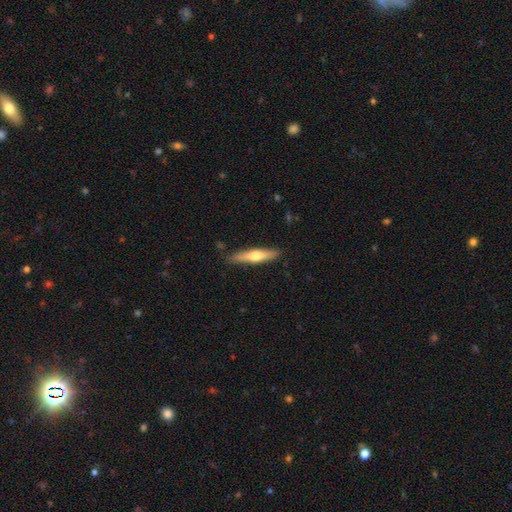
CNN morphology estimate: A smooth galaxy with no disk features (49%). Merging: none (86%).